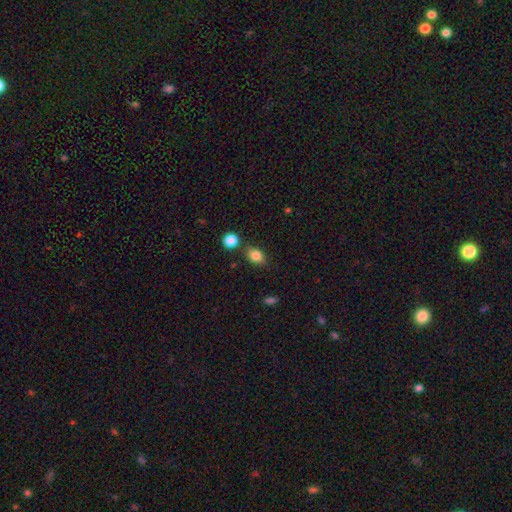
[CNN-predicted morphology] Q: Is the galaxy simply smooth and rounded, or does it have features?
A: smooth — 84%.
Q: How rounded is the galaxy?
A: in between — 72%.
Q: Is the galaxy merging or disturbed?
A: none — 75%.